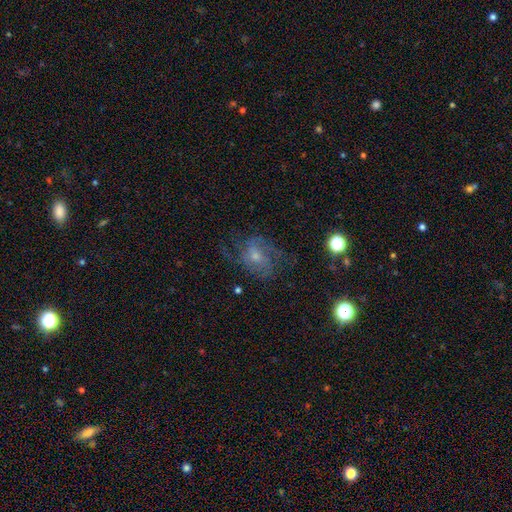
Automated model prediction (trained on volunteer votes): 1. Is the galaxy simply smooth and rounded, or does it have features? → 69% featured or disk, 19% smooth, 11% star or artifact.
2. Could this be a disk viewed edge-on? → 97% no, 3% yes.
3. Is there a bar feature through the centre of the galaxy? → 64% no, 31% weak, 5% strong.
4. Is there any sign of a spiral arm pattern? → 86% yes, 14% no.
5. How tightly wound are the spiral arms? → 47% medium, 29% loose, 24% tight.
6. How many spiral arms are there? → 31% can't tell, 29% 2, 21% 3, 8% 4, 6% 1, 5% more than 4.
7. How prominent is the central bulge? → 56% small, 36% moderate, 5% none, 3% large, 1% dominant.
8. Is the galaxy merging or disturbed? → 56% none, 23% major disturbance, 20% minor disturbance, 2% merger.